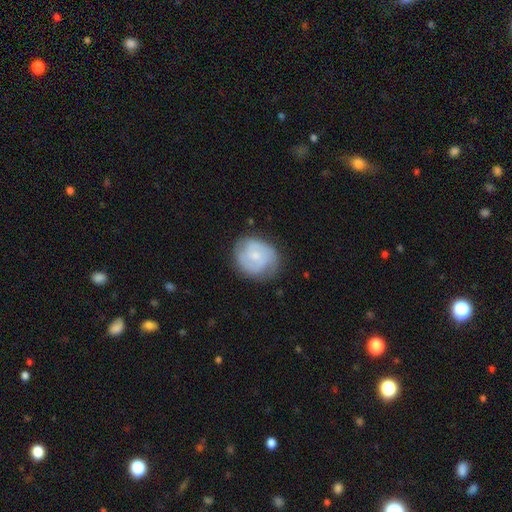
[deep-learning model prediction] The model was most divided on "spiral winding": tight: 53%, medium: 37%, loose: 10%. More confident: edge-on disk — no (98%); spiral arms — yes (90%); merging — none (74%); bar — no (65%); bulge size — small (64%); smooth or featured — featured or disk (62%); spiral arm count — 2 (54%).